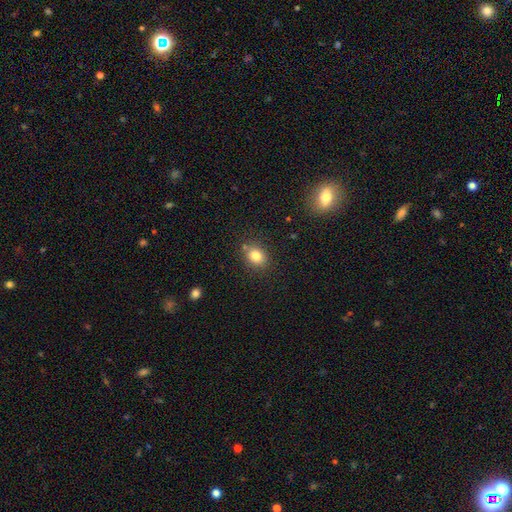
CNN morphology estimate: smooth 82%, star or artifact 11%, featured or disk 7%. Down the decision tree: how rounded — in between (50%); merging — none (80%).